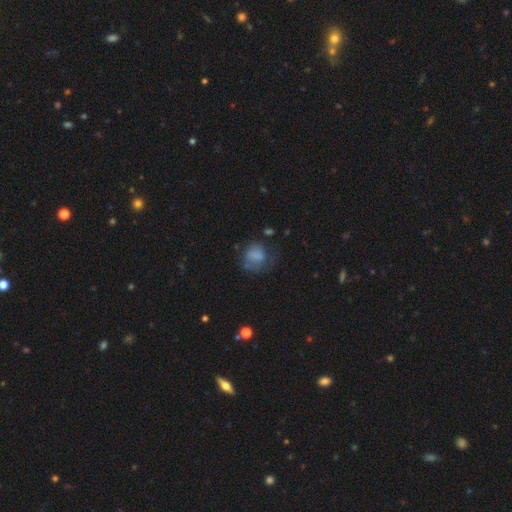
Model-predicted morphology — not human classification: Smooth or featured? smooth (72%)
How rounded? round (64%)
Merging? none (43%)